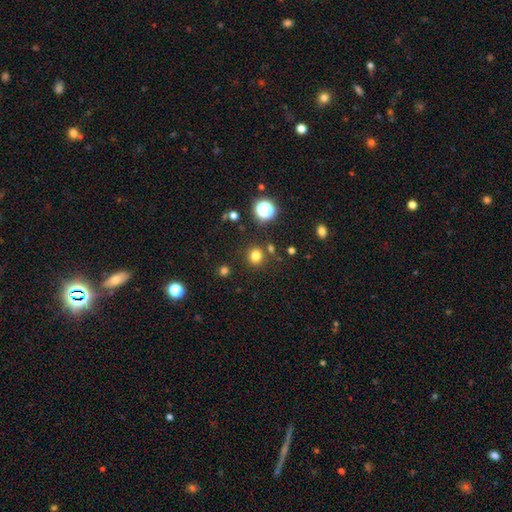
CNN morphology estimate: Smooth or featured? smooth (77%)
How rounded? round (88%)
Merging? none (83%)